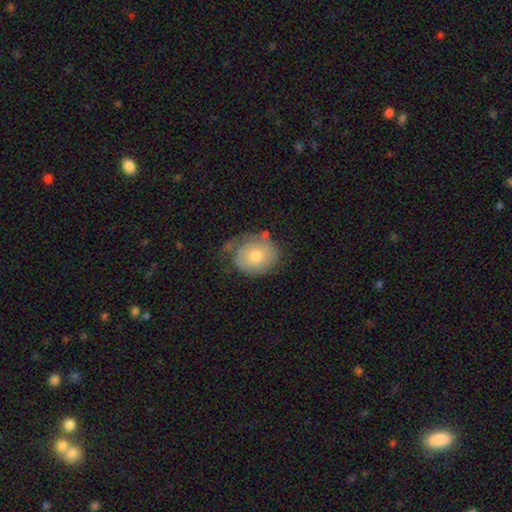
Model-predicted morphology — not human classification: This appears to be a smooth galaxy with no disk features (63%) that is round (70%). Merging: none (55%).